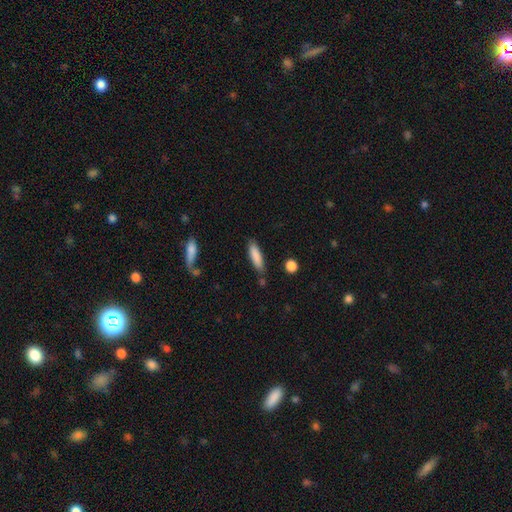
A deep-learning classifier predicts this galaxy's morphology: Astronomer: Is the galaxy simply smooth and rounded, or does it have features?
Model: smooth — 85%.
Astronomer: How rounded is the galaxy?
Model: cigar-shaped — 65%.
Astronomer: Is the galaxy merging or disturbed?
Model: none — 79%.